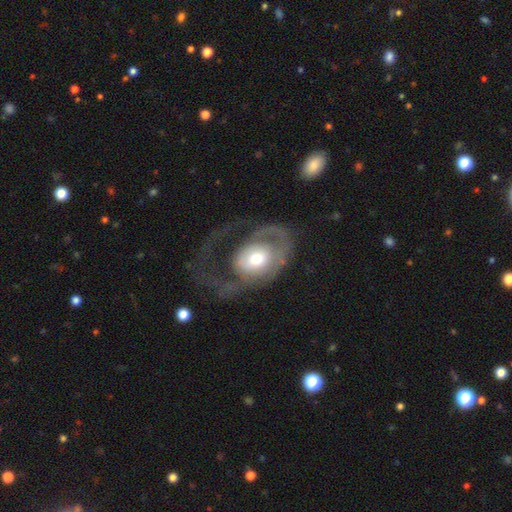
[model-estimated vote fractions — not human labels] A featured or disk galaxy (69%) with no bar (76%), spiral arms (63%) and a moderate central bulge (62%).

Vote fractions:
- Smooth or featured? featured or disk: 69% / smooth: 26% / star or artifact: 6%
- Edge-on disk? no: 95% / yes: 5%
- Bar? no: 76% / weak: 19% / strong: 5%
- Spiral arms? yes: 63% / no: 37%
- Bulge size? moderate: 62% / large: 19% / small: 15% / dominant: 2% / none: 1%
- Merging? major disturbance: 52% / none: 29% / minor disturbance: 16% / merger: 2%